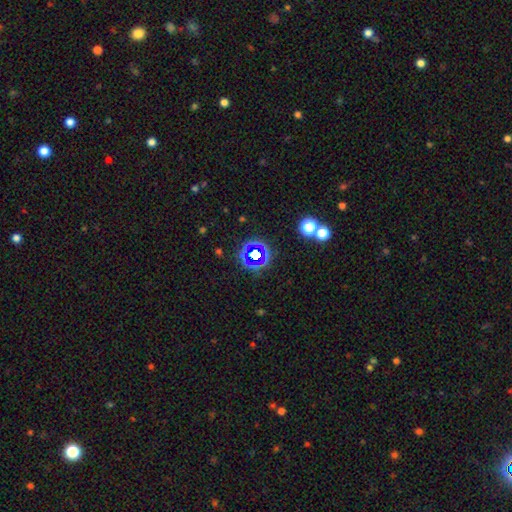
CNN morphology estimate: Q: Smooth or featured?
A: star or artifact (63%); runner-up: smooth (24%)